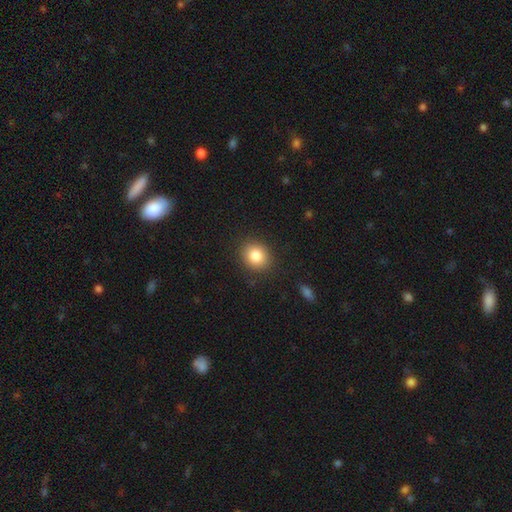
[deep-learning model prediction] This appears to be a smooth galaxy with no disk features (84%) that is round (72%). Merging: none (88%).